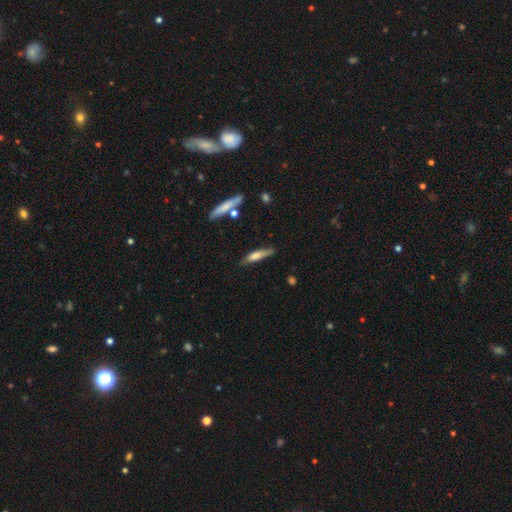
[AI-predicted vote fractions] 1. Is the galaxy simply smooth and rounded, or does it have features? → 57% smooth, 36% featured or disk, 7% star or artifact.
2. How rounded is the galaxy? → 76% cigar-shaped, 22% in between, 2% round.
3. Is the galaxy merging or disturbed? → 61% none, 26% minor disturbance, 8% major disturbance, 5% merger.